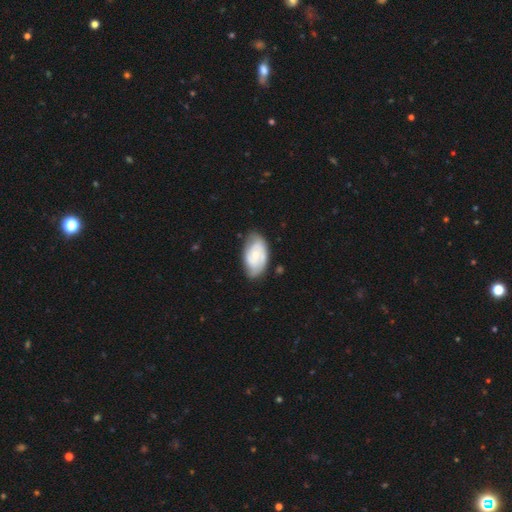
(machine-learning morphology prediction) smooth-or-featured: featured or disk: 56% | smooth: 38% | star or artifact: 6%
  disk-edge-on: no: 96% | yes: 4%
    bar: no: 66% | weak: 29% | strong: 5%
    has-spiral-arms: yes: 85% | no: 15%
    bulge-size: small: 62% | moderate: 28% | none: 7% | large: 3% | dominant: 1%
  merging: none: 67% | minor disturbance: 25% | major disturbance: 6% | merger: 2%